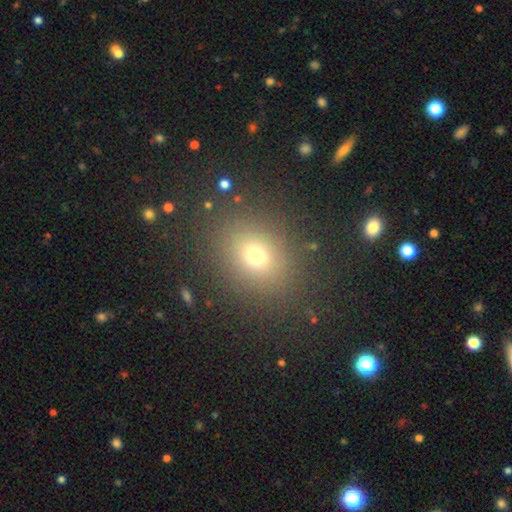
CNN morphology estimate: smooth-or-featured: smooth: 70% | star or artifact: 20% | featured or disk: 10%
  how-rounded: round: 57% | in between: 41% | cigar-shaped: 1%
  merging: none: 85% | minor disturbance: 8% | major disturbance: 5% | merger: 2%